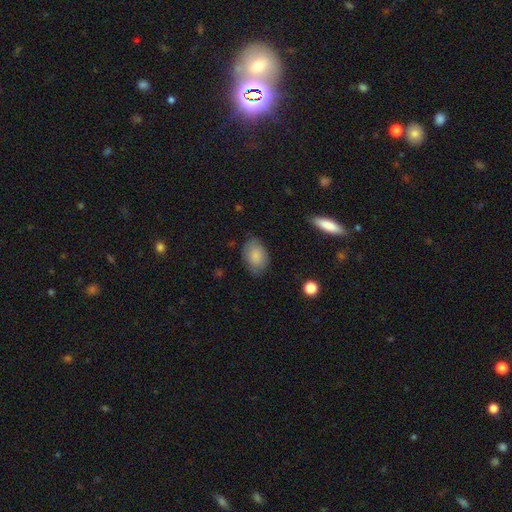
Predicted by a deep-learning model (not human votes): Morphology: type=smooth (83%); roundness=in between (84%); merging=none (75%).